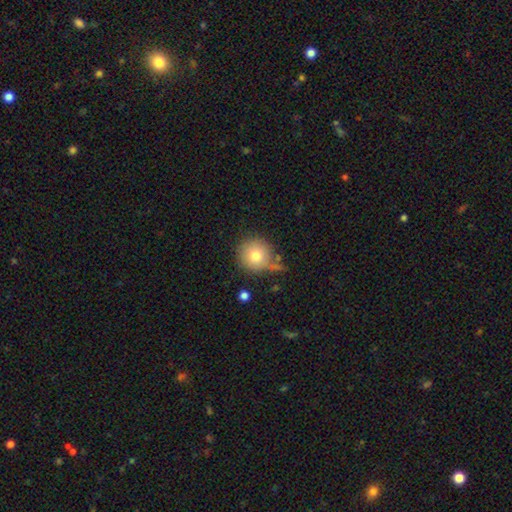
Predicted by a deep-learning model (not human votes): Smooth or featured: smooth — 78% (featured or disk — 12%)
How rounded: round — 93% (in between — 6%)
Merging: none — 62% (minor disturbance — 19%)